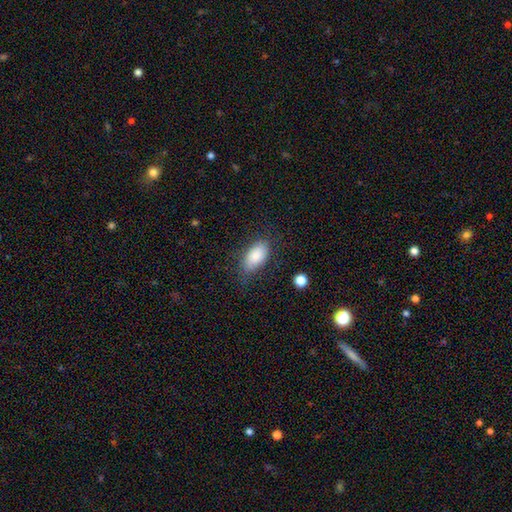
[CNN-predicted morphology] Q: Smooth or featured?
A: smooth (84%); runner-up: featured or disk (9%)
Q: How rounded?
A: in between (93%); runner-up: cigar-shaped (4%)
Q: Merging?
A: none (73%); runner-up: minor disturbance (19%)